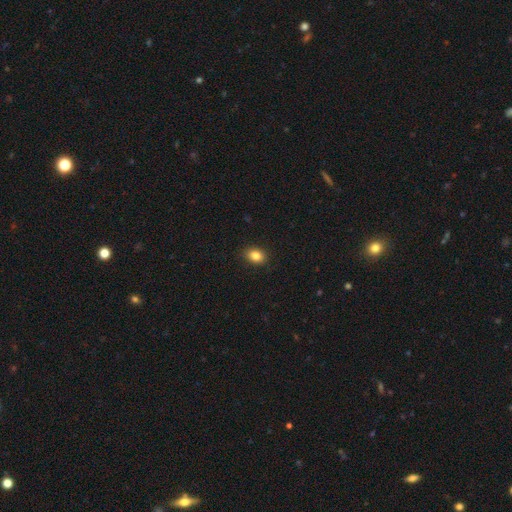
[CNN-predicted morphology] Smooth or featured? Predicted: smooth (p=0.85). How rounded? Predicted: in between (p=0.68). Merging? Predicted: none (p=0.88).